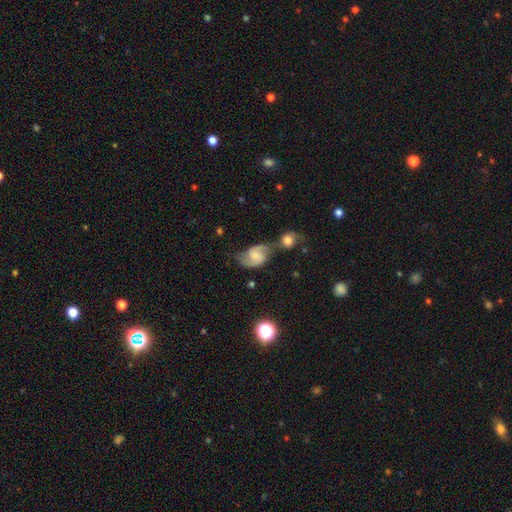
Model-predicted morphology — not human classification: Smooth or featured: featured or disk — 72% (smooth — 20%)
Edge-on disk: no — 97% (yes — 3%)
Bar: weak — 47% (no — 41%)
Spiral arms: yes — 94% (no — 6%)
Spiral winding: medium — 45% (loose — 42%)
Spiral arm count: 2 — 91% (can't tell — 4%)
Bulge size: small — 37% (none — 30%)
Merging: none — 40% (merger — 35%)